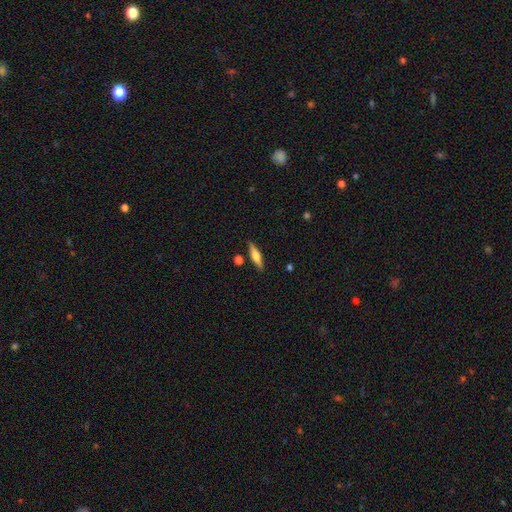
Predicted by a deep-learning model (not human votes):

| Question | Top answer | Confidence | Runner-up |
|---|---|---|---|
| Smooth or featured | featured or disk | 47% | smooth (46%) |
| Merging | none | 84% | minor disturbance (10%) |